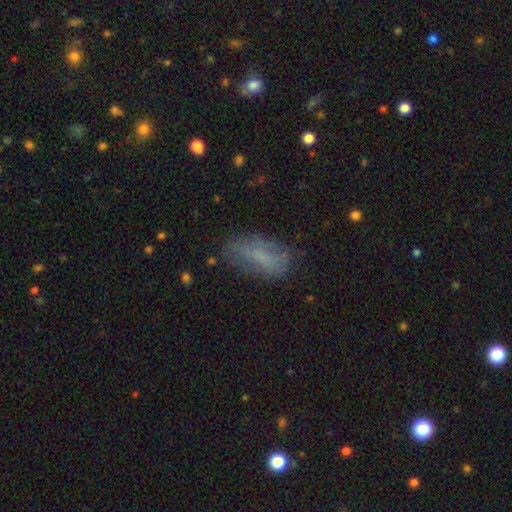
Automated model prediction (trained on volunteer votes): smooth_or_featured: smooth (p=0.58) [alt: featured or disk p=0.27]
how_rounded: in between (p=0.74) [alt: cigar-shaped p=0.23]
merging: none (p=0.69) [alt: minor disturbance p=0.21]